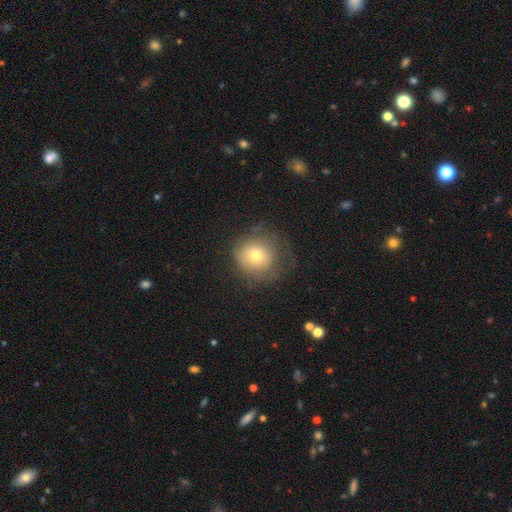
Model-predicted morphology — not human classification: The model was most divided on "merging": none: 63%, minor disturbance: 21%, major disturbance: 15%, merger: 1%. More confident: how rounded — round (88%); smooth or featured — smooth (68%).